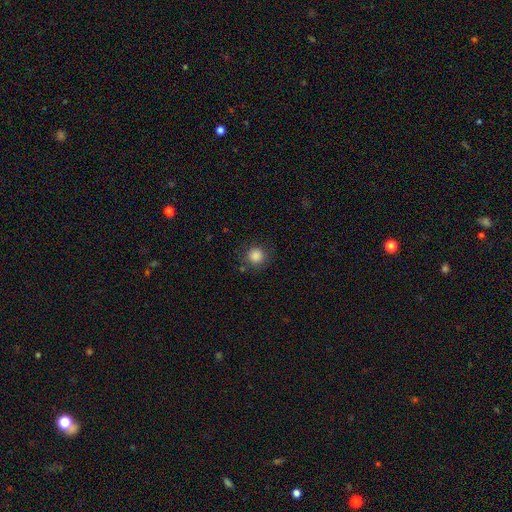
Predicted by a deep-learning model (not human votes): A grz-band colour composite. It shows a smooth galaxy with no disk features (86%) that is round (94%). Merging: none (84%).